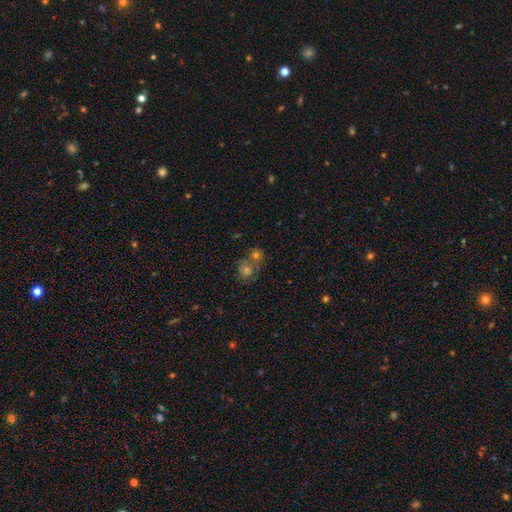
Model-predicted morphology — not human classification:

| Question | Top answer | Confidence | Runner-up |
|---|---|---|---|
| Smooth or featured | smooth | 54% | star or artifact (27%) |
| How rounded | round | 80% | in between (18%) |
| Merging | merger | 44% | none (43%) |